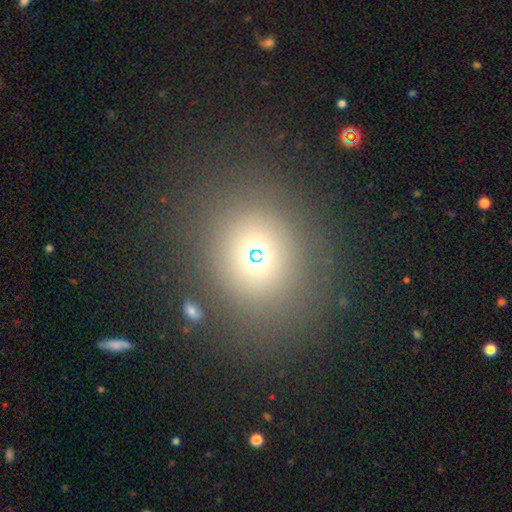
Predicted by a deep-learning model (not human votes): Smooth or featured?
  - smooth: 60% *
  - star or artifact: 27%
  - featured or disk: 13%
How rounded?
  - round: 71% *
  - in between: 28%
  - cigar-shaped: 2%
Merging?
  - none: 79% *
  - minor disturbance: 10%
  - merger: 6%
  - major disturbance: 6%